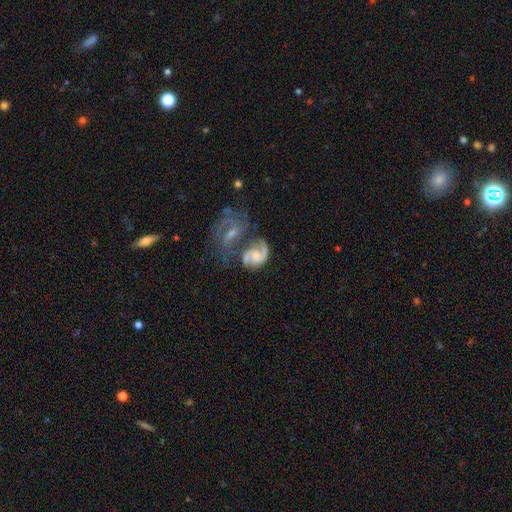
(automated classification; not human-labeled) The model was most divided on "bulge size": moderate: 34%, small: 31%, none: 24%, large: 9%, dominant: 2%. Remaining: edge-on disk — no (98%); spiral arms — yes (95%); spiral arm count — 2 (83%); smooth or featured — featured or disk (80%); bar — no (58%); spiral winding — medium (51%); merging — merger (43%).